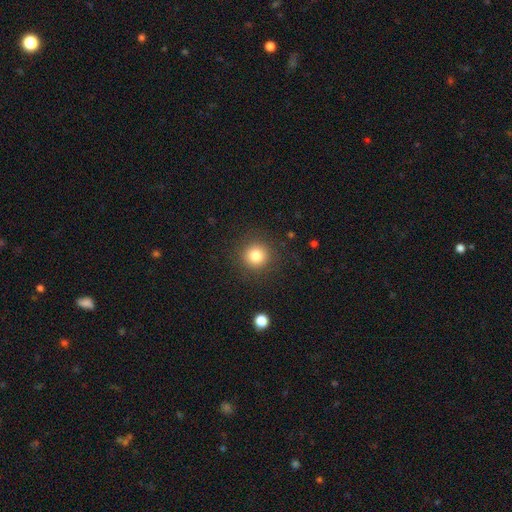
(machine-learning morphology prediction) Smooth or featured?
  - smooth: 81% *
  - star or artifact: 12%
  - featured or disk: 7%
How rounded?
  - round: 94% *
  - in between: 5%
  - cigar-shaped: 1%
Merging?
  - none: 89% *
  - minor disturbance: 6%
  - major disturbance: 3%
  - merger: 1%